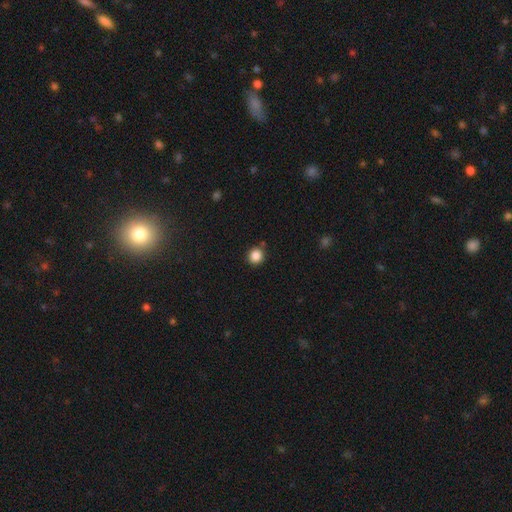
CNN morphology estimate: smooth-or-featured: smooth: 86% | star or artifact: 11% | featured or disk: 3%
  how-rounded: round: 91% | in between: 8% | cigar-shaped: 1%
  merging: none: 85% | minor disturbance: 9% | merger: 4% | major disturbance: 2%